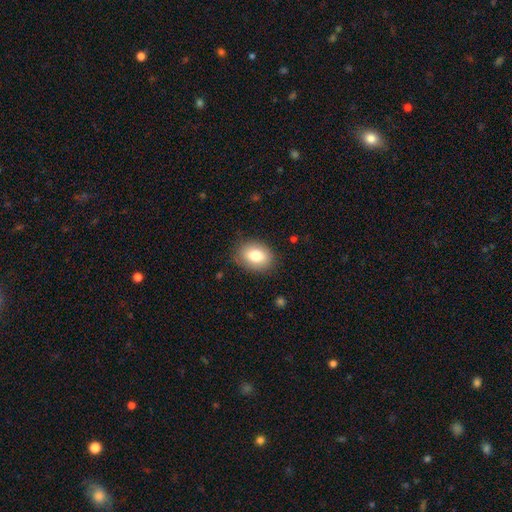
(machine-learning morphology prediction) Overall: smooth (80%). How rounded: in between (71%). Merging: none (84%).